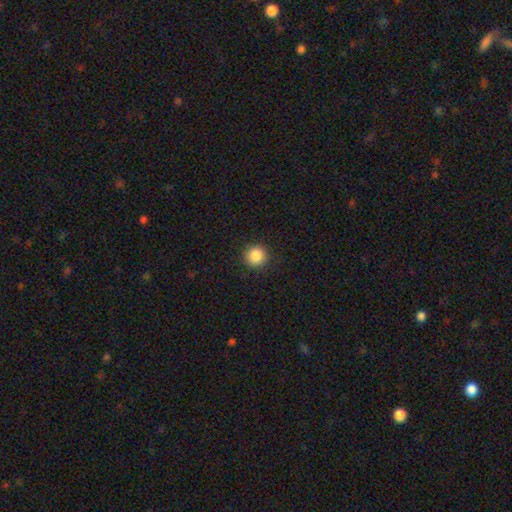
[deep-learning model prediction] Smooth or featured?
  - smooth: 87% *
  - star or artifact: 10%
  - featured or disk: 4%
How rounded?
  - round: 94% *
  - in between: 5%
  - cigar-shaped: 1%
Merging?
  - none: 91% *
  - minor disturbance: 6%
  - major disturbance: 2%
  - merger: 1%